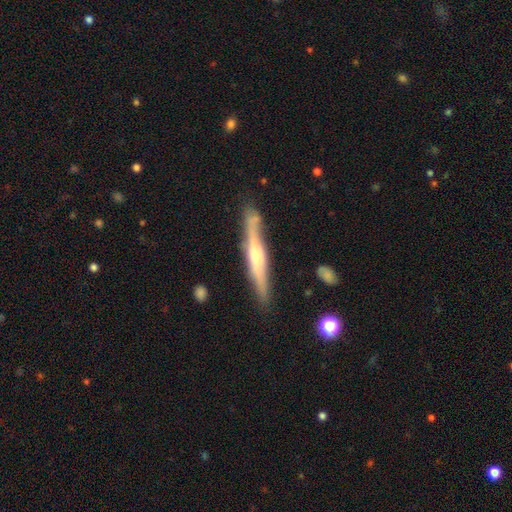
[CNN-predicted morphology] smooth_or_featured: featured or disk (p=0.63) [alt: smooth p=0.31]
disk_edge_on: yes (p=0.94) [alt: no p=0.06]
edge_on_bulge: rounded (p=0.65) [alt: none p=0.19]
merging: none (p=0.78) [alt: minor disturbance p=0.15]